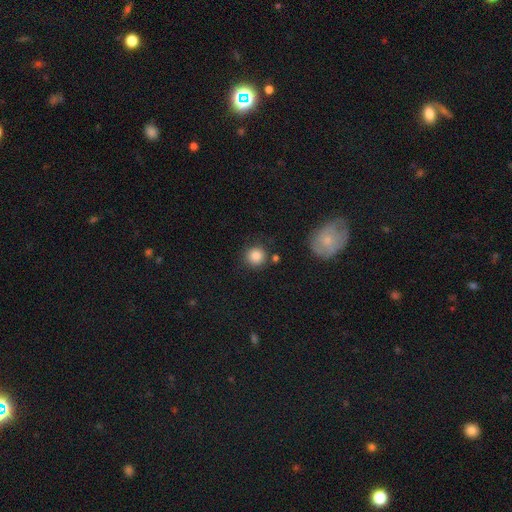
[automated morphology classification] This is clearly a smooth galaxy (86%). How rounded: clearly round (93%). Merging: clearly none (82%).